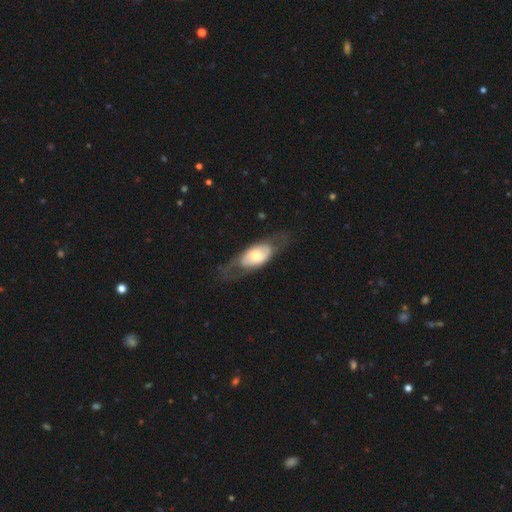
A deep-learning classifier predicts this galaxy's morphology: Smooth or featured? featured or disk (53%)
Edge-on disk? no (78%)
Merging? none (62%)